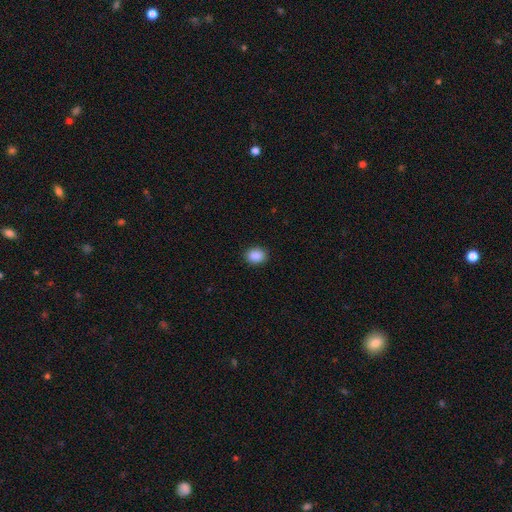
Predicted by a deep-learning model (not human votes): A smooth galaxy with no disk features (89%) that is in between round and cigar-shaped (51%).

Vote fractions:
- Smooth or featured? smooth: 89% / star or artifact: 8% / featured or disk: 2%
- How rounded? in between: 51% / round: 48% / cigar-shaped: 1%
- Merging? none: 90% / minor disturbance: 7% / major disturbance: 2% / merger: 1%